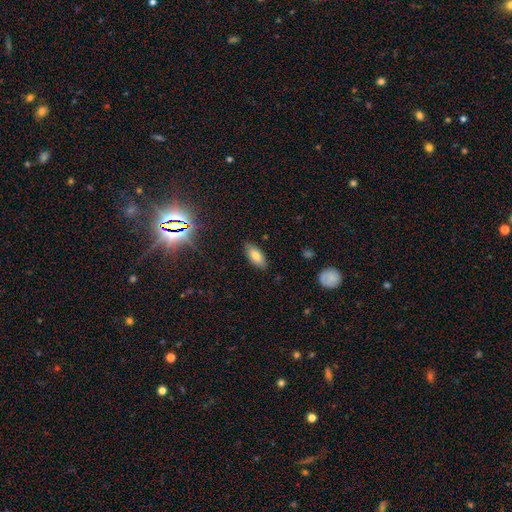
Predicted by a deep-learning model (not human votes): A smooth galaxy with no disk features (77%) that is in between round and cigar-shaped (87%). Merging: none (85%).